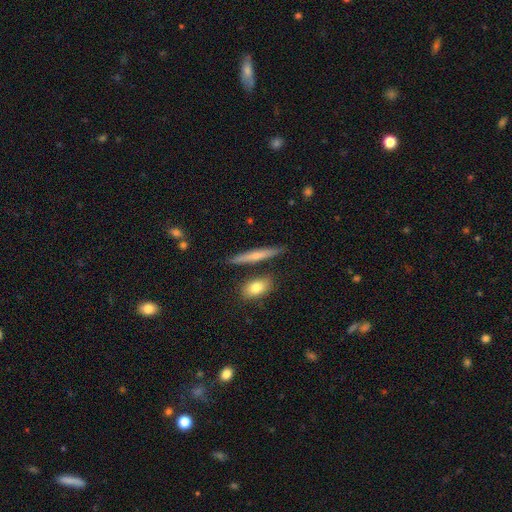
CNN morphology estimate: Smooth or featured? Predicted: smooth (p=0.53). How rounded? Predicted: cigar-shaped (p=0.89). Merging? Predicted: none (p=0.82).